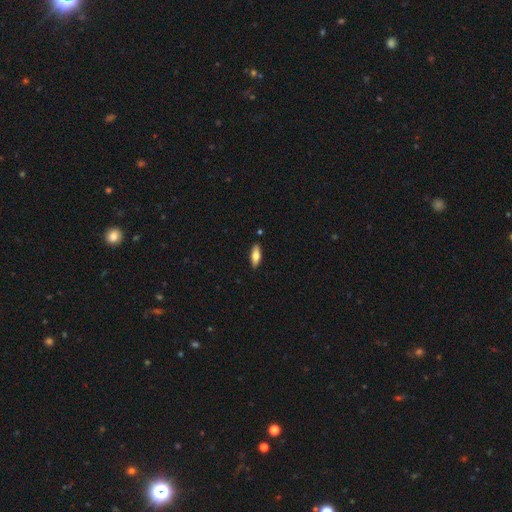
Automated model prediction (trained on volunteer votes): Morphology: type=smooth (69%); roundness=in between (67%); merging=none (88%).